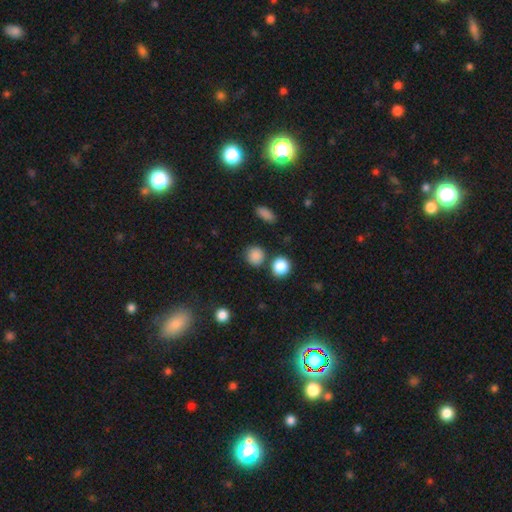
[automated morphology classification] The model was most divided on "merging": none: 79%, minor disturbance: 10%, merger: 7%, major disturbance: 3%. More confident: how rounded — round (88%); smooth or featured — smooth (84%).